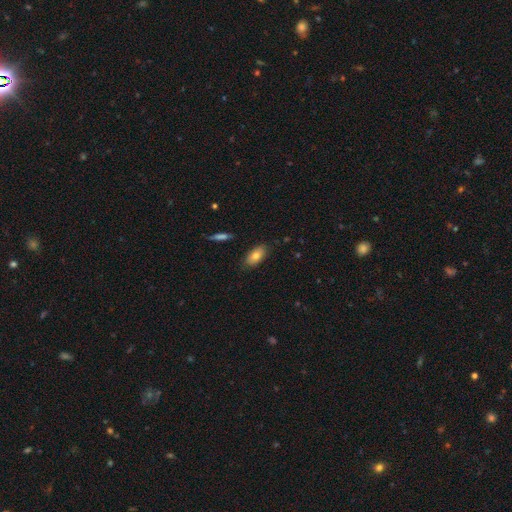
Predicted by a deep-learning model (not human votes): This appears to be a smooth galaxy with no disk features (77%) that is in between round and cigar-shaped (90%). Merging: none (84%).